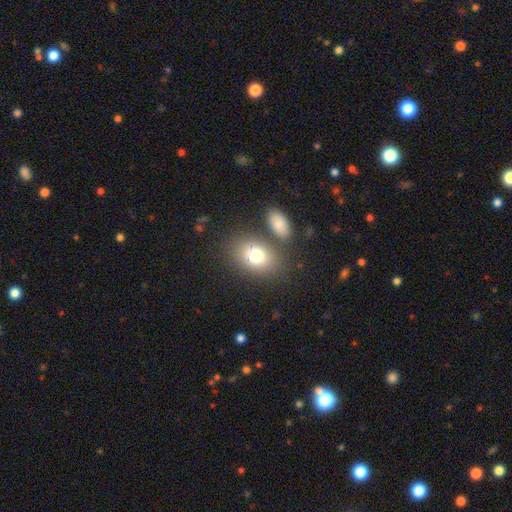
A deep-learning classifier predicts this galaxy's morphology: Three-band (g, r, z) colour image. It shows a smooth galaxy with no disk features (76%) that is in between round and cigar-shaped (72%). Merging: none (68%).